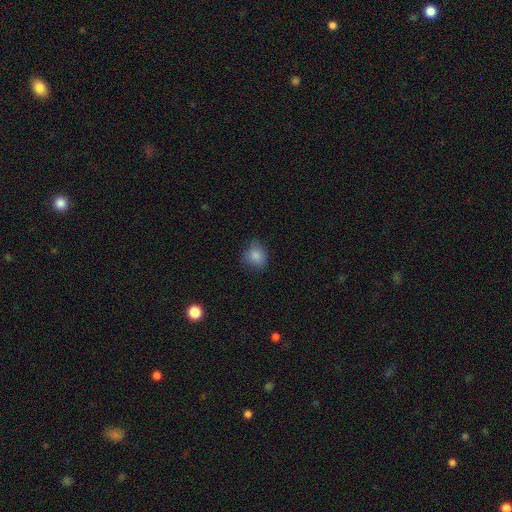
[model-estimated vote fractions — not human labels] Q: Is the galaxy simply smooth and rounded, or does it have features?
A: smooth — 84%.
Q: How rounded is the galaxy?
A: round — 67%.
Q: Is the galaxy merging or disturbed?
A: none — 74%.